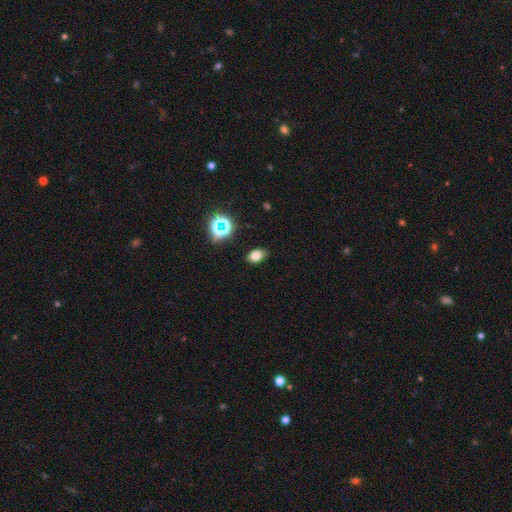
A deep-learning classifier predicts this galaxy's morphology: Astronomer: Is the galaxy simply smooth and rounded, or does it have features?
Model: smooth — 75%.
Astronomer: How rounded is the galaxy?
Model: in between — 80%.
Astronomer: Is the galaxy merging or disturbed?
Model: none — 83%.